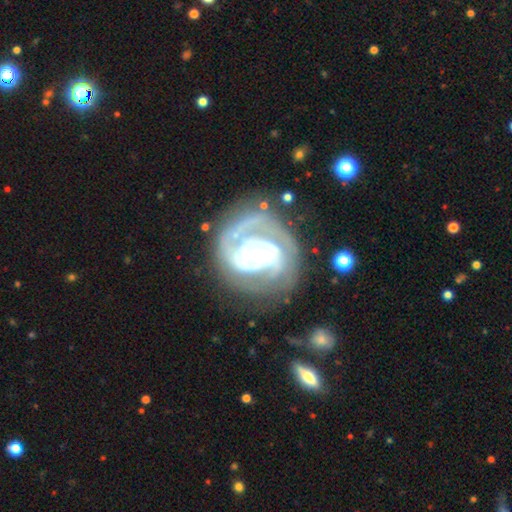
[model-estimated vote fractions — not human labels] A featured or disk galaxy (88%) with no bar (53%), 2 (42%) tight (66%) spiral arms (94%) and a moderate central bulge (62%).

Vote fractions:
- Smooth or featured? featured or disk: 88% / smooth: 7% / star or artifact: 5%
- Edge-on disk? no: 98% / yes: 2%
- Bar? no: 53% / weak: 31% / strong: 16%
- Spiral arms? yes: 94% / no: 6%
- Spiral winding? tight: 66% / medium: 28% / loose: 7%
- Spiral arm count? 2: 42% / 3: 18% / can't tell: 18% / 1: 13% / 4: 5% / more than 4: 5%
- Bulge size? moderate: 62% / large: 19% / small: 16% / dominant: 2% / none: 2%
- Merging? none: 66% / minor disturbance: 18% / major disturbance: 13% / merger: 3%